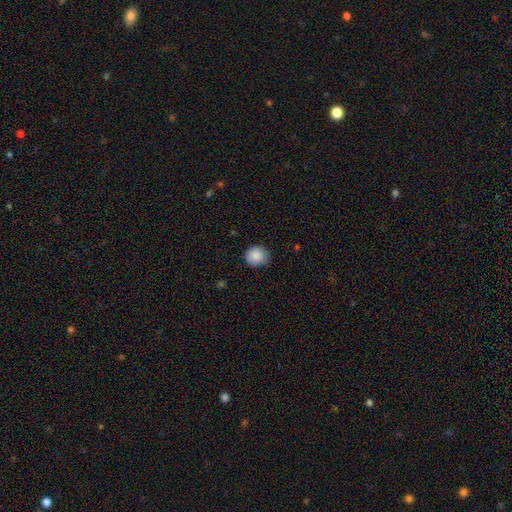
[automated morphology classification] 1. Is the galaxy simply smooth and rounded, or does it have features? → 88% smooth, 8% star or artifact, 3% featured or disk.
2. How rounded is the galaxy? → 86% round, 13% in between, 1% cigar-shaped.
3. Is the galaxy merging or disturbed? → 77% none, 19% minor disturbance, 3% major disturbance, 1% merger.